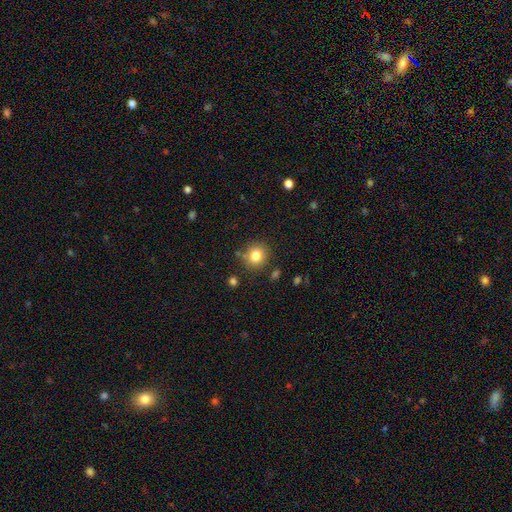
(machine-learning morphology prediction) Smooth or featured?
  - smooth: 81% *
  - star or artifact: 11%
  - featured or disk: 8%
How rounded?
  - round: 86% *
  - in between: 13%
  - cigar-shaped: 1%
Merging?
  - none: 82% *
  - minor disturbance: 10%
  - merger: 5%
  - major disturbance: 3%